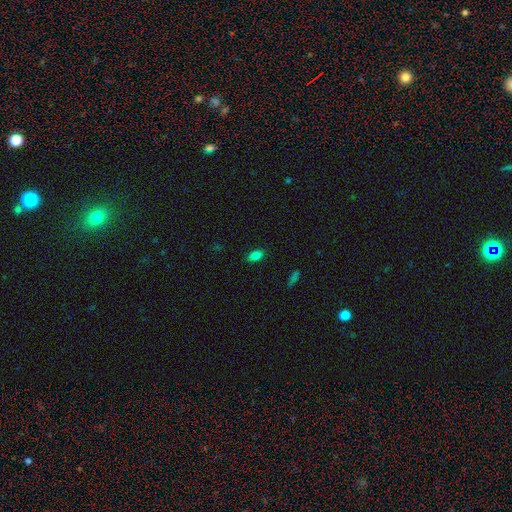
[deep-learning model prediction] Overall: smooth (83%). How rounded: in between (90%). Merging: none (87%).